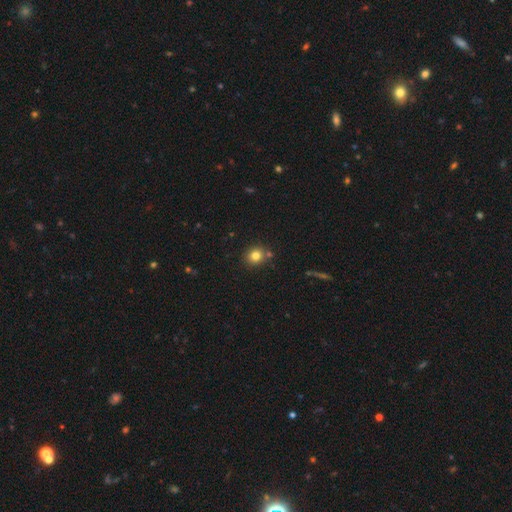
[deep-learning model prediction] This appears to be a smooth galaxy with no disk features (80%) that is round (83%). Merging: none (80%).